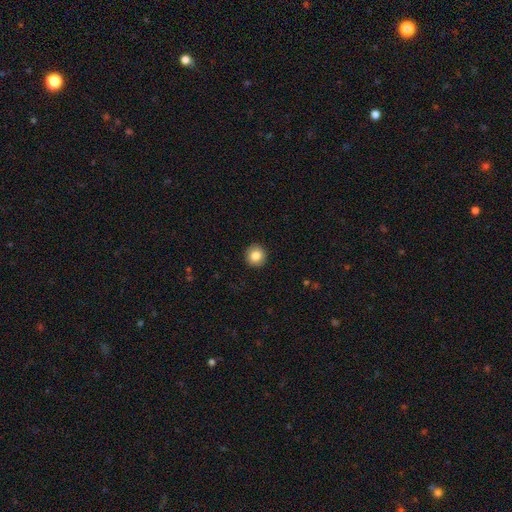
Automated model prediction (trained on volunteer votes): Smooth or featured? Predicted: smooth (p=0.84). How rounded? Predicted: round (p=0.94). Merging? Predicted: none (p=0.93).